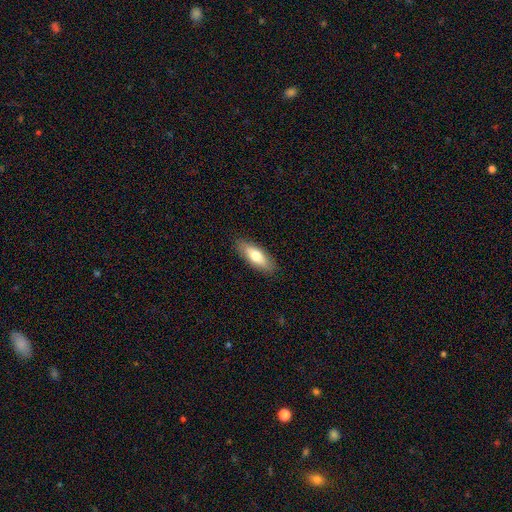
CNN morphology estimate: This appears to be a smooth galaxy with no disk features (71%) that is in between round and cigar-shaped (66%). Merging: none (88%).